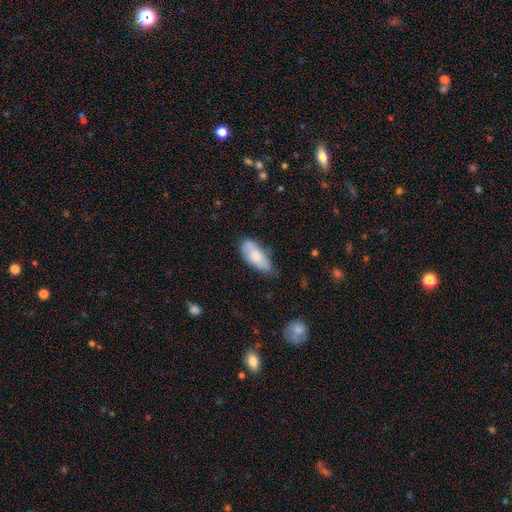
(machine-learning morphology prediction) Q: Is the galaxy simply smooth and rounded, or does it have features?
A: smooth — 76%.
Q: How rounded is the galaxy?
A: in between — 85%.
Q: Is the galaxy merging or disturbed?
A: none — 51%.